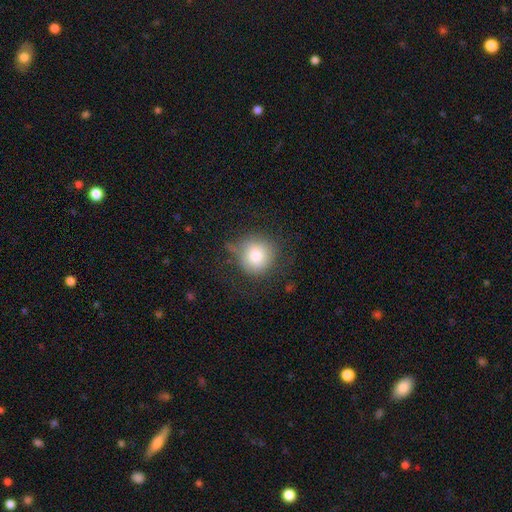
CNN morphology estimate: type=smooth (78%); roundness=round (91%); merging=none (61%).